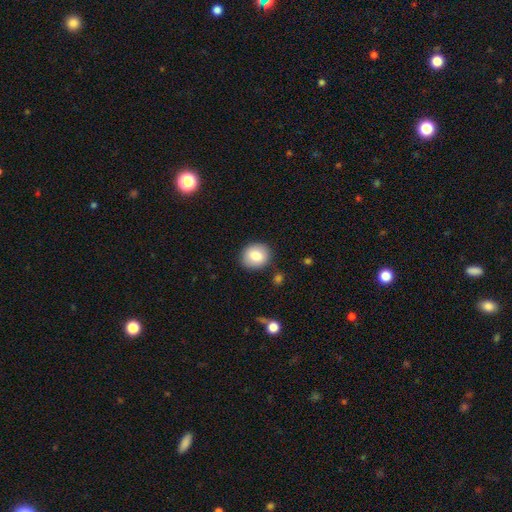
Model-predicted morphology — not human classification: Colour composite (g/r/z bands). It shows a smooth galaxy with no disk features (83%) that is round (70%). Merging: none (86%).